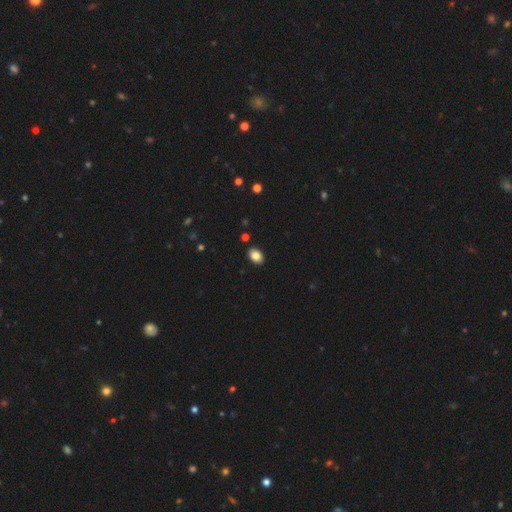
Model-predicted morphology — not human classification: type=smooth (83%); roundness=in between (82%); merging=none (89%).